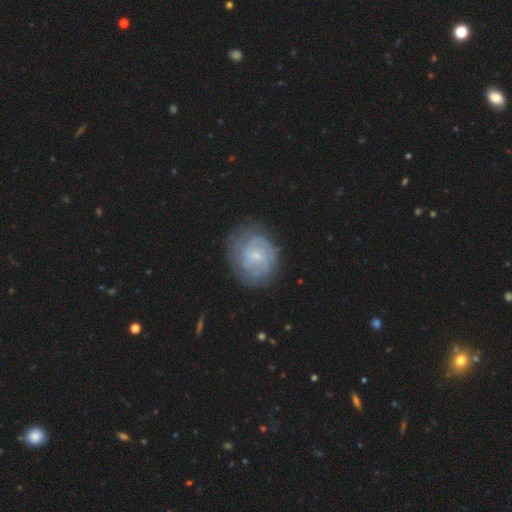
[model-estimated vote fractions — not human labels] The model was most divided on "spiral arm count": can't tell: 38%, 2: 25%, 3: 16%, 4: 9%, 1: 6%, more than 4: 6%. More confident: edge-on disk — no (98%); spiral arms — yes (93%); bulge size — small (80%); smooth or featured — featured or disk (77%); merging — none (75%); bar — no (73%); spiral winding — tight (70%).